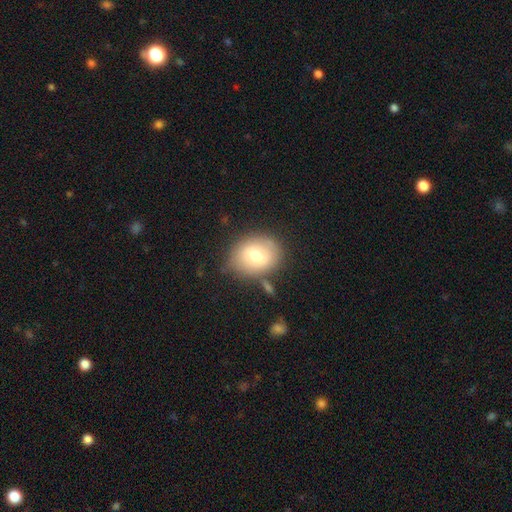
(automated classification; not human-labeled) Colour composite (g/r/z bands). It shows a smooth galaxy with no disk features (71%) that is in between round and cigar-shaped (51%). Merging: none (73%).